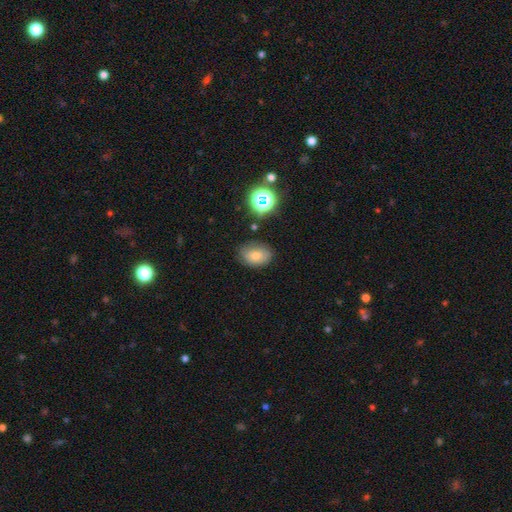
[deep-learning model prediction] This appears to be a smooth galaxy with no disk features (69%) that is in between round and cigar-shaped (73%). Merging: none (77%).